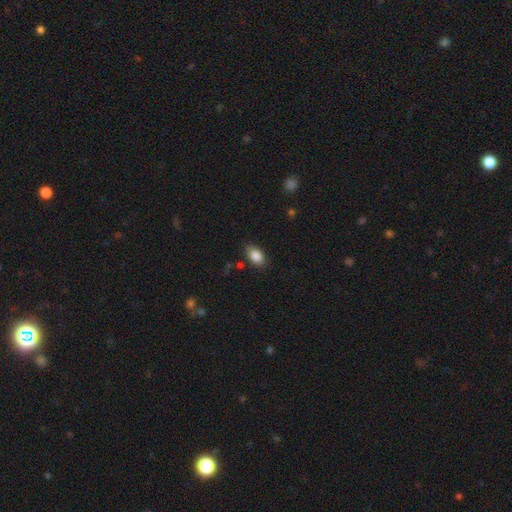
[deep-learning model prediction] Smooth or featured: smooth — 86% (star or artifact — 8%)
How rounded: in between — 87% (round — 11%)
Merging: none — 78% (minor disturbance — 16%)